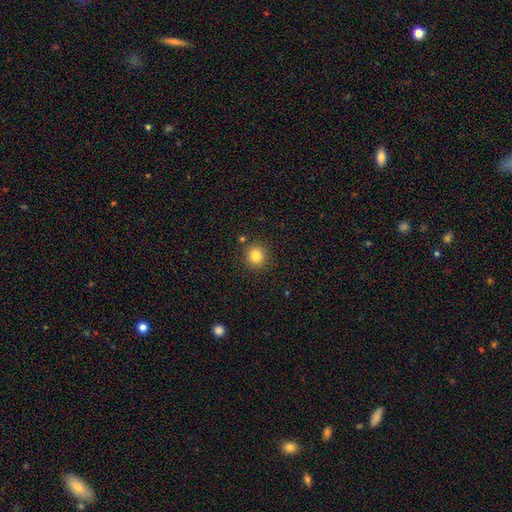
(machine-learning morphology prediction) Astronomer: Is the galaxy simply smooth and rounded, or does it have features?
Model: smooth — 83%.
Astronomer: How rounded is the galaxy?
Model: round — 91%.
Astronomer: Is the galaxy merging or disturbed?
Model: none — 87%.